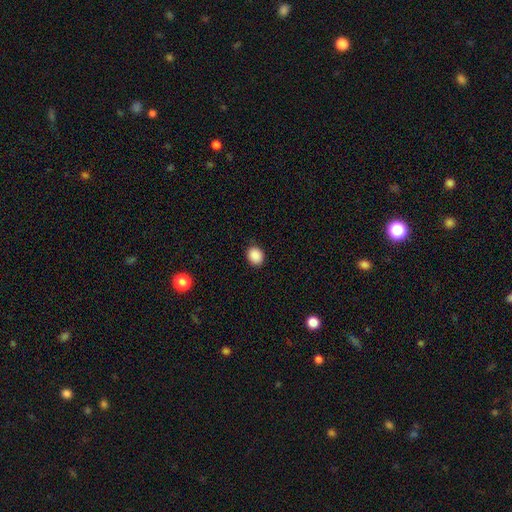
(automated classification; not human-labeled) smooth 89%, star or artifact 8%, featured or disk 2%. Down the decision tree: how rounded — round (56%); merging — none (88%).